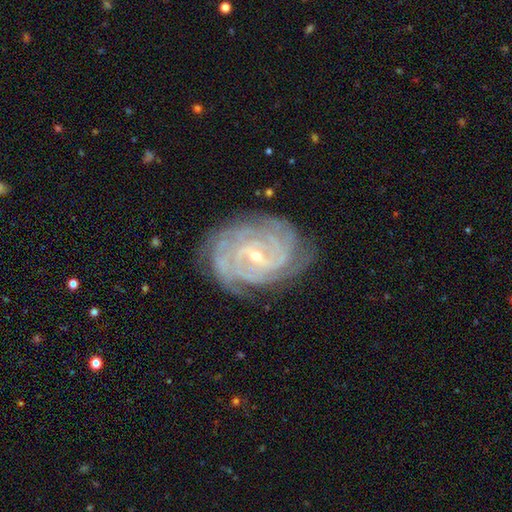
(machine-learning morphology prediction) Smooth or featured? featured or disk (90%)
Edge-on disk? no (97%)
Bar? weak (51%)
Spiral arms? yes (98%)
Spiral winding? tight (79%)
Spiral arm count? 4 (27%)
Bulge size? small (75%)
Merging? none (77%)